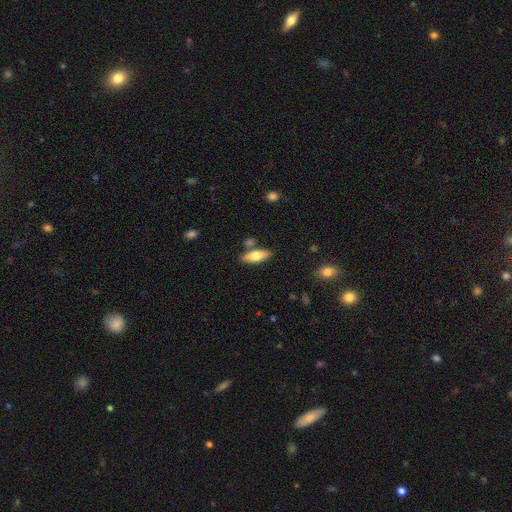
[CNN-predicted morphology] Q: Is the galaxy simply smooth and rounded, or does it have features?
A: smooth — 65%.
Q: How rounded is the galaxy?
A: in between — 57%.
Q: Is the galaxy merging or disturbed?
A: none — 78%.